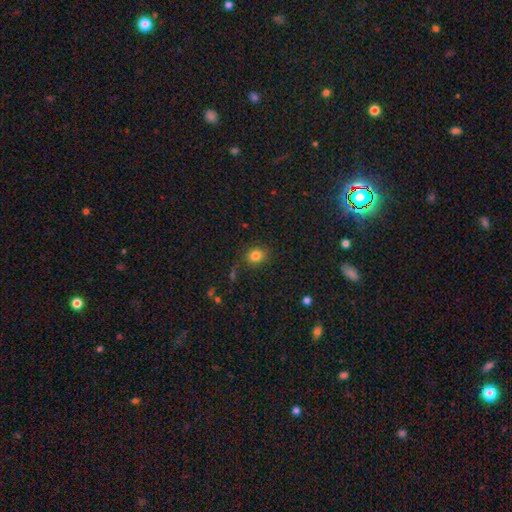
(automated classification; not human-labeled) Morphology: type=smooth (81%); roundness=round (63%); merging=none (83%).